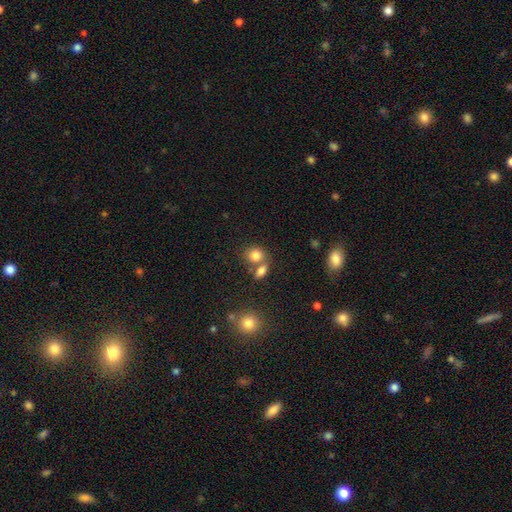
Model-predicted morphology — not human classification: Smooth or featured? smooth (81%)
How rounded? round (61%)
Merging? none (47%)